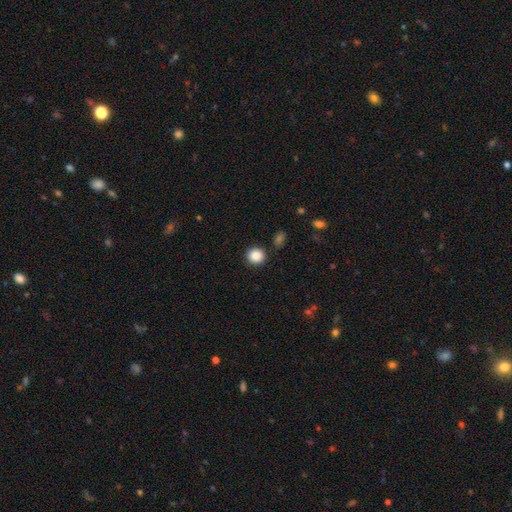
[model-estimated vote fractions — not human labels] Q: Smooth or featured?
A: smooth (88%); runner-up: star or artifact (9%)
Q: How rounded?
A: round (88%); runner-up: in between (11%)
Q: Merging?
A: none (88%); runner-up: minor disturbance (7%)